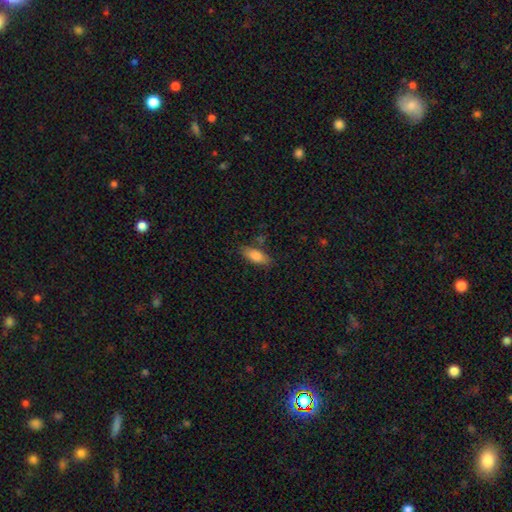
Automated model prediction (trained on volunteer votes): Smooth or featured: smooth — 83% (featured or disk — 10%)
How rounded: in between — 79% (cigar-shaped — 19%)
Merging: none — 77% (minor disturbance — 16%)